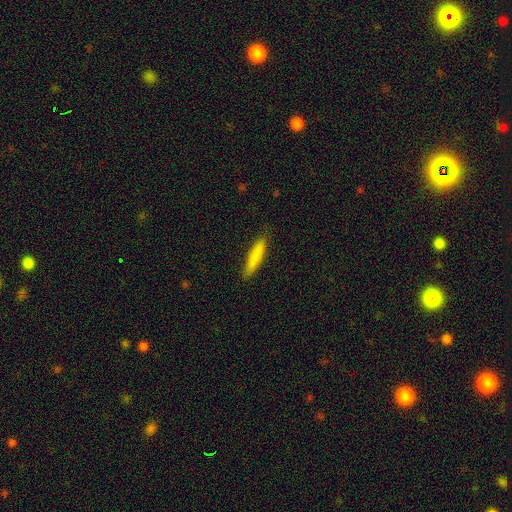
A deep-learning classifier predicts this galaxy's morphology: This is clearly a smooth galaxy (82%). How rounded: clearly cigar-shaped (87%). Merging: clearly none (86%).